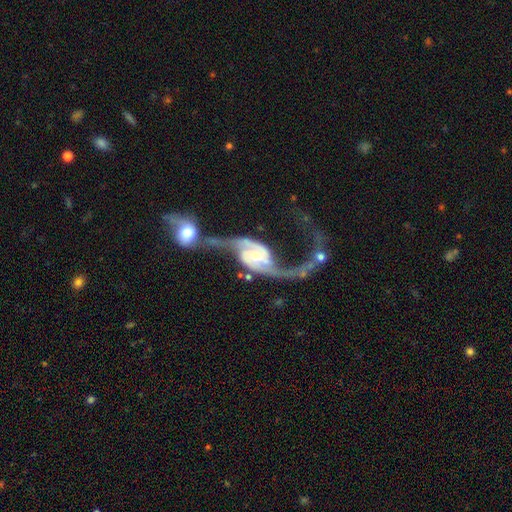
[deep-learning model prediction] Morphology: type=featured or disk (91%); edge-on=no (97%); bar=weak (43%); spiral arms=yes (97%); winding=loose (68%); arm count=2 (93%); bulge=moderate (50%); merging=merger (42%).